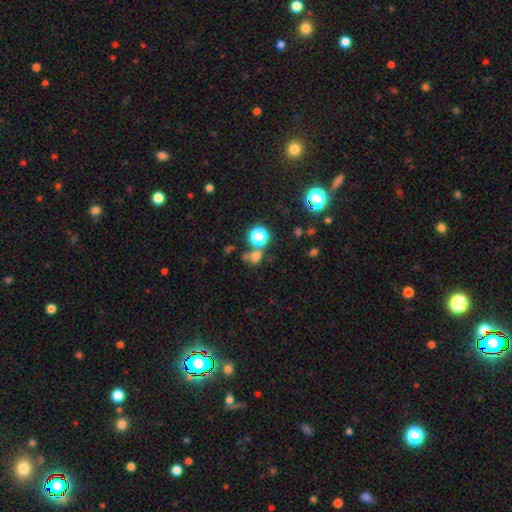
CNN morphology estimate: smooth_or_featured: smooth (p=0.61) [alt: star or artifact p=0.29]
how_rounded: round (p=0.77) [alt: in between p=0.21]
merging: none (p=0.53) [alt: merger p=0.23]